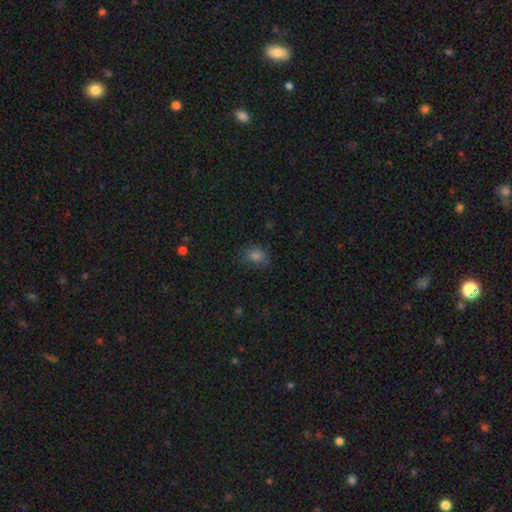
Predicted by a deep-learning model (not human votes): The model was most divided on "how rounded": in between: 54%, round: 45%, cigar-shaped: 1%. More confident: smooth or featured — smooth (74%); merging — none (68%).